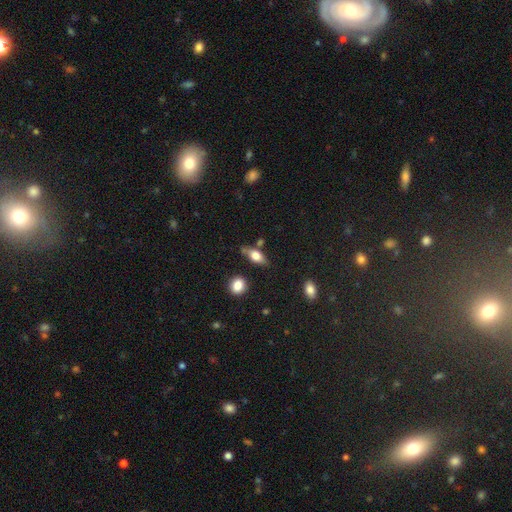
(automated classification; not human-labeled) Overall: smooth (69%). How rounded: in between (75%). Merging: none (66%).